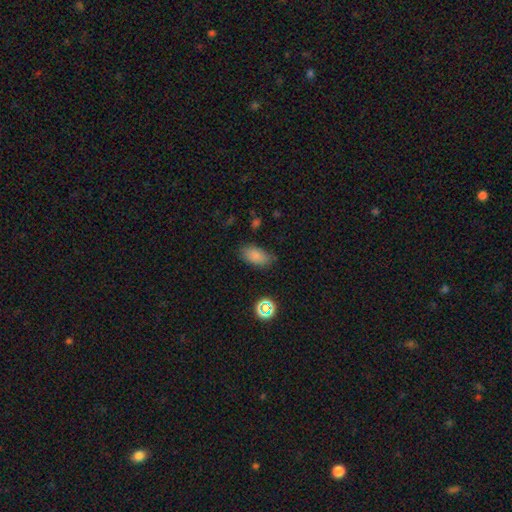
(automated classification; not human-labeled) This appears to be a smooth galaxy with no disk features (82%) that is in between round and cigar-shaped (91%). Merging: none (74%).